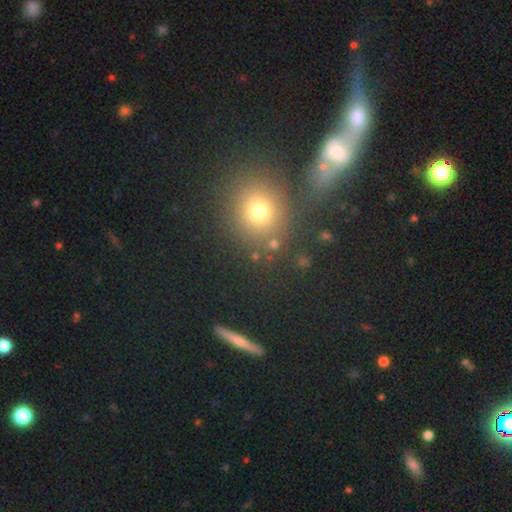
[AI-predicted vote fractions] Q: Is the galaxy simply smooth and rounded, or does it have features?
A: smooth — 61%.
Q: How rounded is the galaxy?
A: round — 77%.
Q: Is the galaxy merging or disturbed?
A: none — 82%.